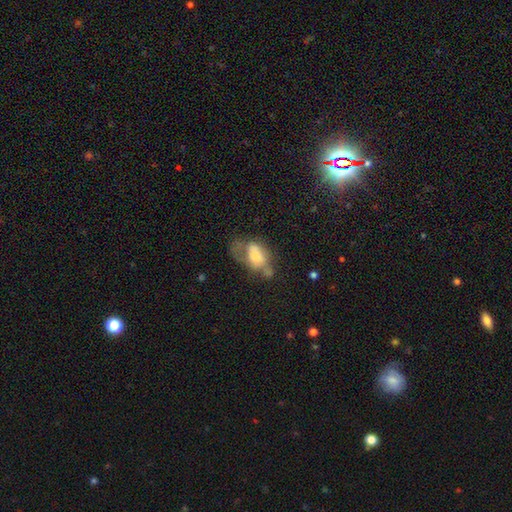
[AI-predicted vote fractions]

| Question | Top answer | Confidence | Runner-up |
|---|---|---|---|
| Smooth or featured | smooth | 55% | featured or disk (35%) |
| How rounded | in between | 86% | round (11%) |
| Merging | major disturbance | 41% | minor disturbance (21%) |